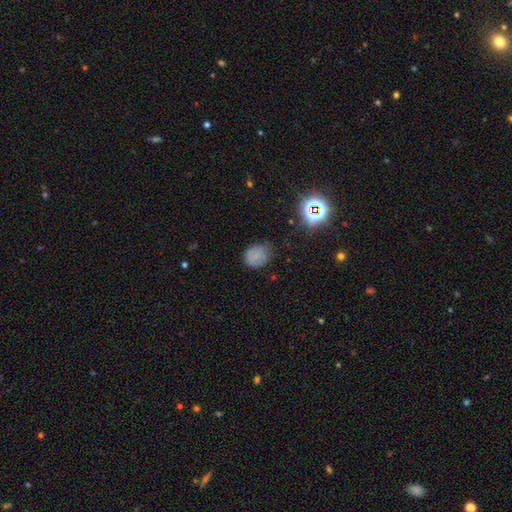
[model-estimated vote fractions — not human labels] A smooth galaxy with no disk features (72%) that is round (63%).

Vote fractions:
- Smooth or featured? smooth: 72% / star or artifact: 16% / featured or disk: 12%
- How rounded? round: 63% / in between: 36% / cigar-shaped: 1%
- Merging? none: 57% / minor disturbance: 31% / major disturbance: 10% / merger: 2%